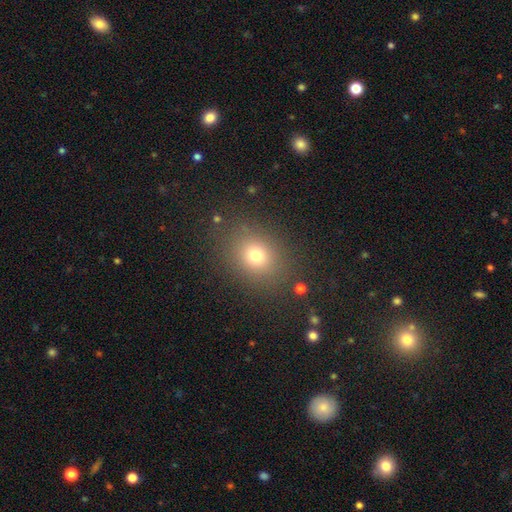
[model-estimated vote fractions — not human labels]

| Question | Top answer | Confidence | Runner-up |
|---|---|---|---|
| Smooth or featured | smooth | 73% | star or artifact (18%) |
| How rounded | round | 62% | in between (37%) |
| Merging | none | 83% | minor disturbance (10%) |